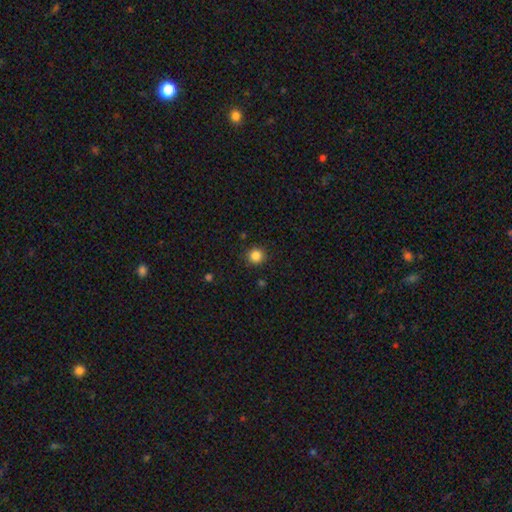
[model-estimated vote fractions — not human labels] This appears to be a smooth galaxy with no disk features (85%) that is round (94%). Merging: none (90%).